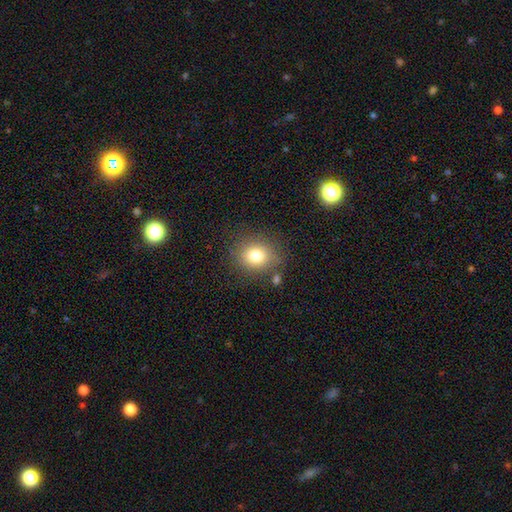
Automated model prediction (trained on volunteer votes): Smooth or featured? smooth (79%)
How rounded? round (73%)
Merging? none (79%)